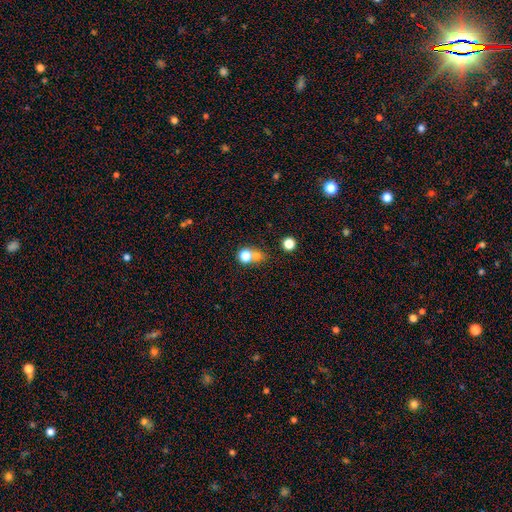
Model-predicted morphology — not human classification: Smooth or featured: smooth — 71% (star or artifact — 19%)
How rounded: round — 80% (in between — 18%)
Merging: none — 47% (merger — 40%)